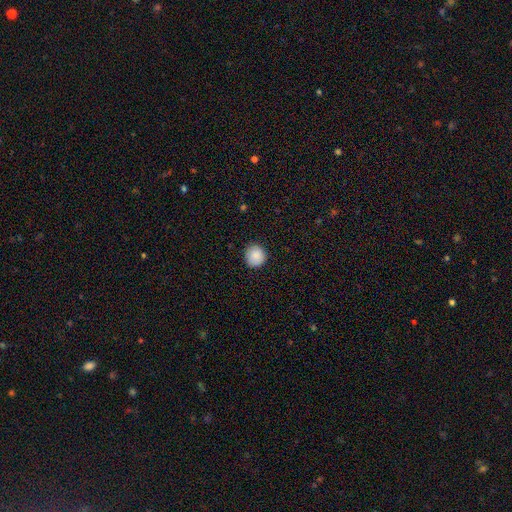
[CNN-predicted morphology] Smooth or featured? Predicted: smooth (p=0.86). How rounded? Predicted: round (p=0.91). Merging? Predicted: none (p=0.88).